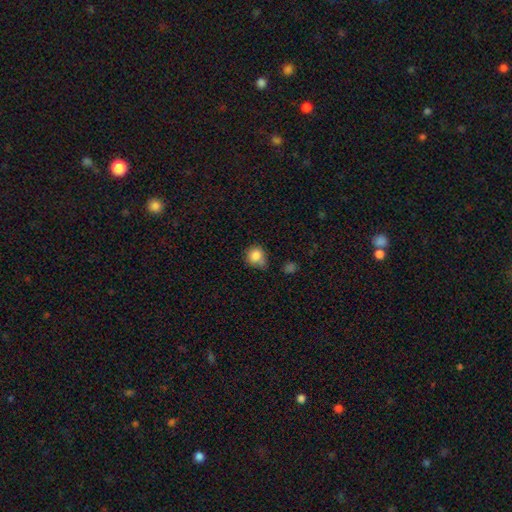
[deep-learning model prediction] The model was most divided on "merging": none: 52%, minor disturbance: 30%, merger: 10%, major disturbance: 8%. More confident: smooth or featured — smooth (83%); how rounded — round (80%).